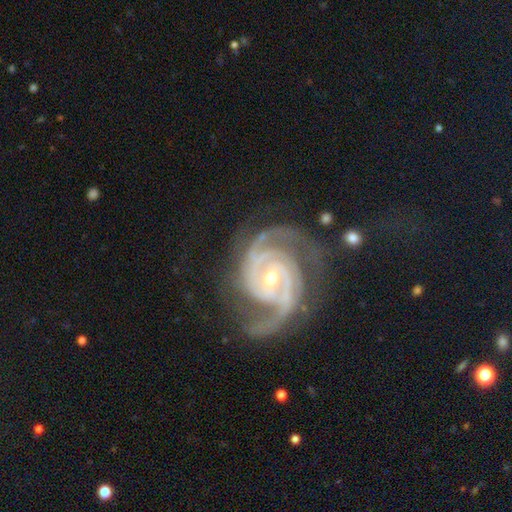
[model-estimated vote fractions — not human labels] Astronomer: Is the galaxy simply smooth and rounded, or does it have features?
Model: featured or disk — 93%.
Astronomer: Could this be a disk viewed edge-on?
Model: no — 98%.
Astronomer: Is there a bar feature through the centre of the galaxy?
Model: no — 42% (runner-up: weak, 37%).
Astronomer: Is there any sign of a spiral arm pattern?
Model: yes — 99%.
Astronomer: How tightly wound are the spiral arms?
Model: tight — 57% (runner-up: medium, 37%).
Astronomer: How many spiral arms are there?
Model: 2 — 46% (runner-up: 3, 30%).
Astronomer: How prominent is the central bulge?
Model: small — 53% (runner-up: moderate, 43%).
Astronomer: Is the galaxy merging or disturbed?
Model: none — 66%.